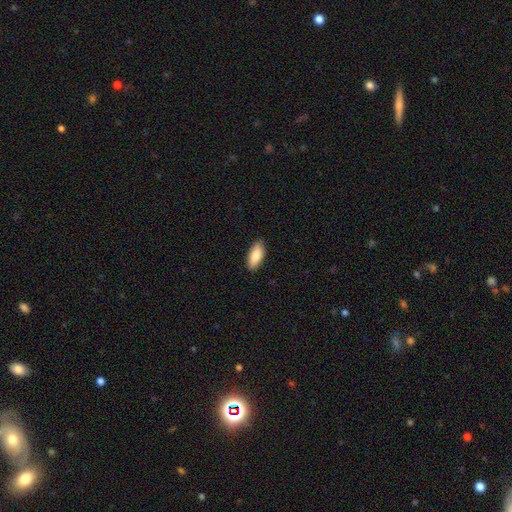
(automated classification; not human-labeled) Q: Smooth or featured?
A: smooth (84%); runner-up: featured or disk (10%)
Q: How rounded?
A: in between (84%); runner-up: cigar-shaped (14%)
Q: Merging?
A: none (88%); runner-up: minor disturbance (10%)